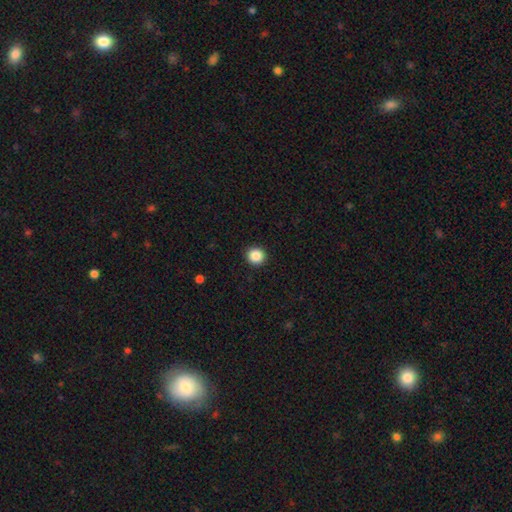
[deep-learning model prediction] Smooth or featured? Predicted: smooth (p=0.87). How rounded? Predicted: round (p=0.92). Merging? Predicted: none (p=0.93).